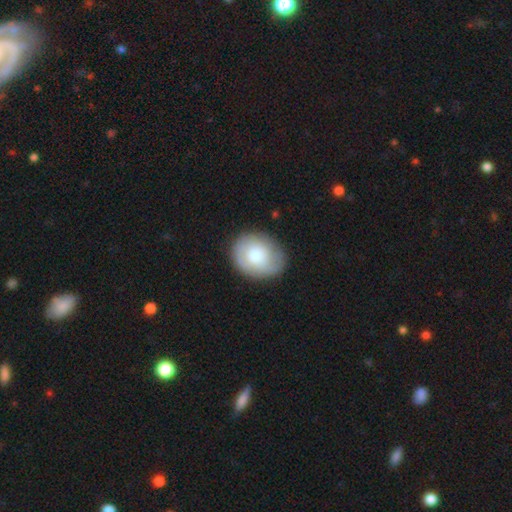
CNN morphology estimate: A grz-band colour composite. It shows a smooth galaxy with no disk features (72%) that is round (52%). Merging: none (74%).